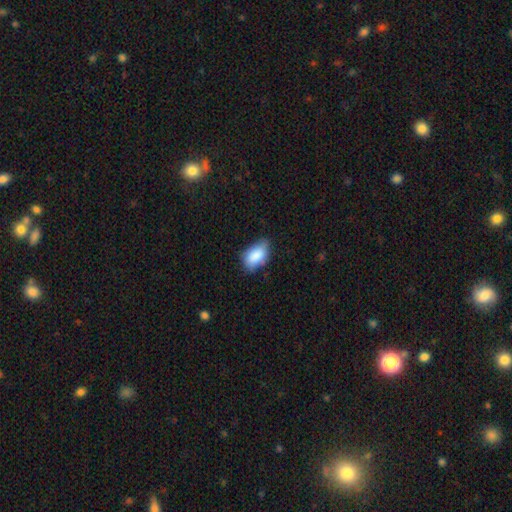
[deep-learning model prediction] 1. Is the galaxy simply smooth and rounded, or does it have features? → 86% smooth, 7% featured or disk, 7% star or artifact.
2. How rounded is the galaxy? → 91% in between, 7% round, 2% cigar-shaped.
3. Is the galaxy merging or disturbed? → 57% none, 35% minor disturbance, 6% major disturbance, 2% merger.